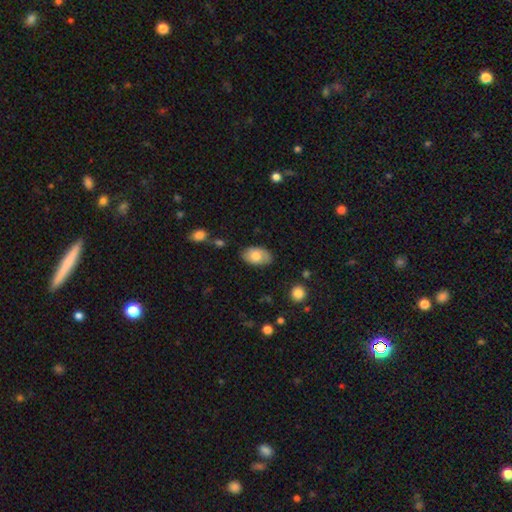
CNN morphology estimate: A smooth galaxy with no disk features (71%) that is in between round and cigar-shaped (92%).

Vote fractions:
- Smooth or featured? smooth: 71% / featured or disk: 22% / star or artifact: 6%
- How rounded? in between: 92% / round: 7% / cigar-shaped: 1%
- Merging? none: 79% / minor disturbance: 16% / major disturbance: 3% / merger: 2%